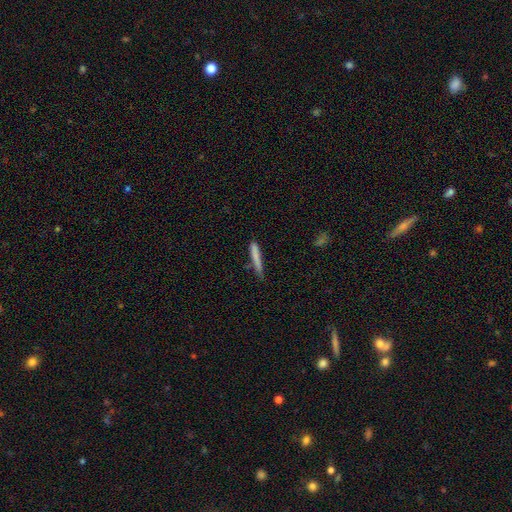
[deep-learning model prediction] Smooth or featured? smooth (78%)
How rounded? cigar-shaped (95%)
Merging? none (73%)